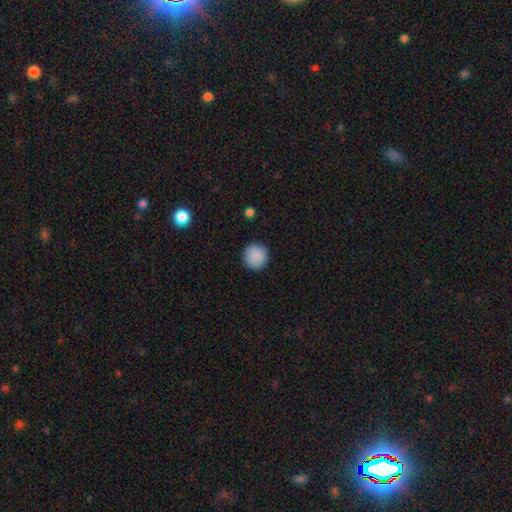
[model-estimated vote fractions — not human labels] Overall: smooth (89%). How rounded: round (96%). Merging: none (92%).